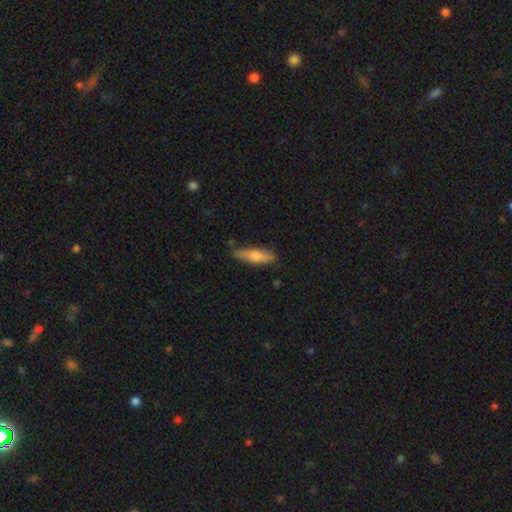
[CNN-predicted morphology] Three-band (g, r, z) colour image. It shows a smooth galaxy with no disk features (57%) that is cigar-shaped (70%). Merging: none (82%).